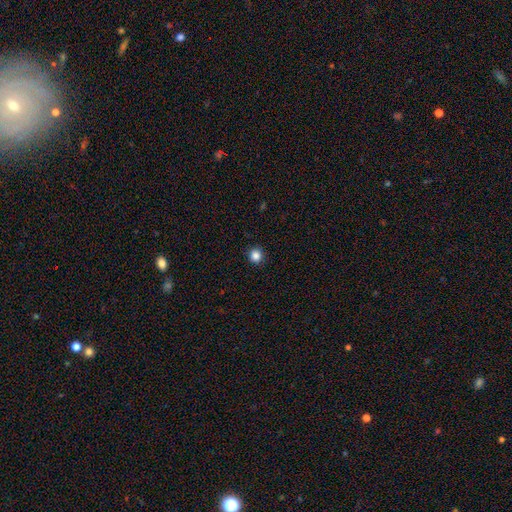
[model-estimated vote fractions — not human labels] Q: Smooth or featured?
A: smooth (85%); runner-up: star or artifact (12%)
Q: How rounded?
A: round (92%); runner-up: in between (7%)
Q: Merging?
A: none (92%); runner-up: minor disturbance (5%)